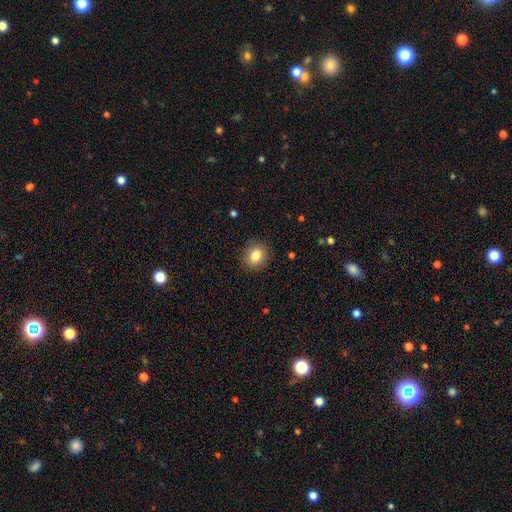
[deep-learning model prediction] smooth-or-featured: smooth: 83% | star or artifact: 9% | featured or disk: 8%
  how-rounded: round: 71% | in between: 28% | cigar-shaped: 1%
  merging: none: 88% | minor disturbance: 9% | major disturbance: 3% | merger: 1%